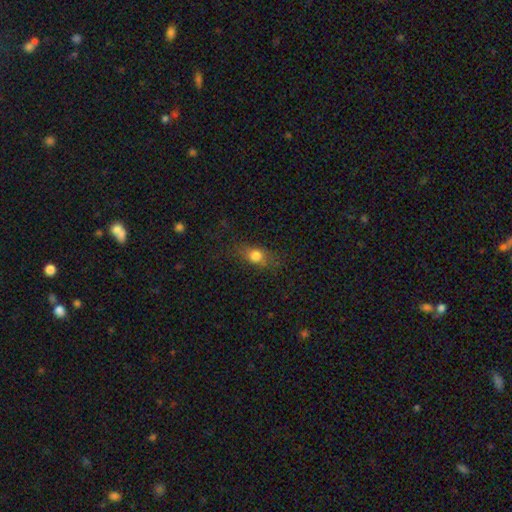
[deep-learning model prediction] Smooth or featured? Predicted: smooth (p=0.73). How rounded? Predicted: in between (p=0.52). Merging? Predicted: none (p=0.70).